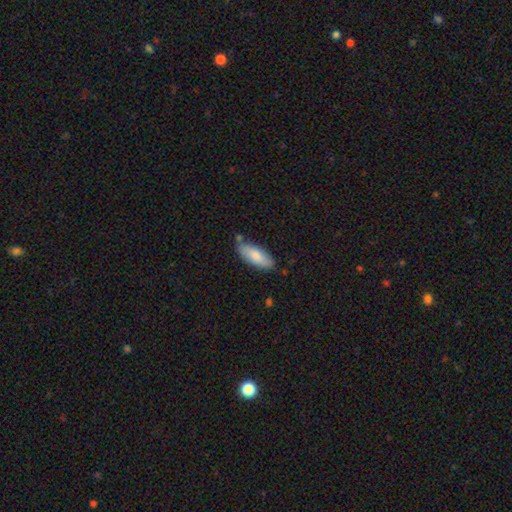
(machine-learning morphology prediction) A smooth galaxy with no disk features (81%) that is in between round and cigar-shaped (76%). Merging: none (75%).